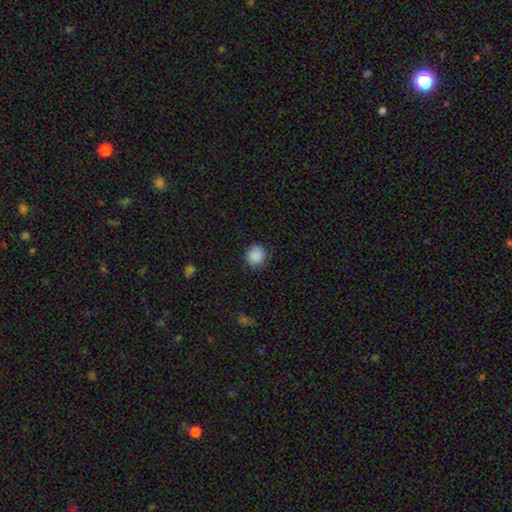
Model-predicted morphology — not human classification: Smooth or featured? Predicted: smooth (p=0.87). How rounded? Predicted: round (p=0.87). Merging? Predicted: none (p=0.81).